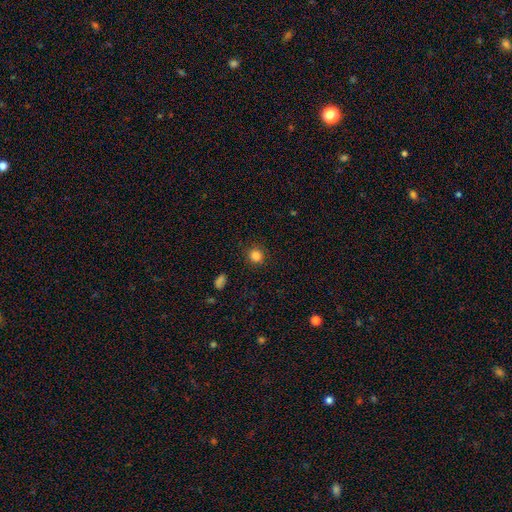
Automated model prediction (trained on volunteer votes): smooth_or_featured: smooth (p=0.84) [alt: star or artifact p=0.12]
how_rounded: round (p=0.91) [alt: in between p=0.08]
merging: none (p=0.90) [alt: minor disturbance p=0.07]